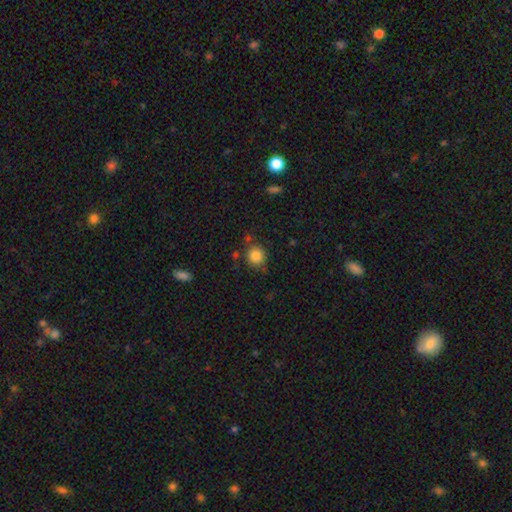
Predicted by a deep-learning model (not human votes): The model was most divided on "merging": none: 76%, minor disturbance: 15%, merger: 5%, major disturbance: 4%. More confident: smooth or featured — smooth (85%); how rounded — round (84%).